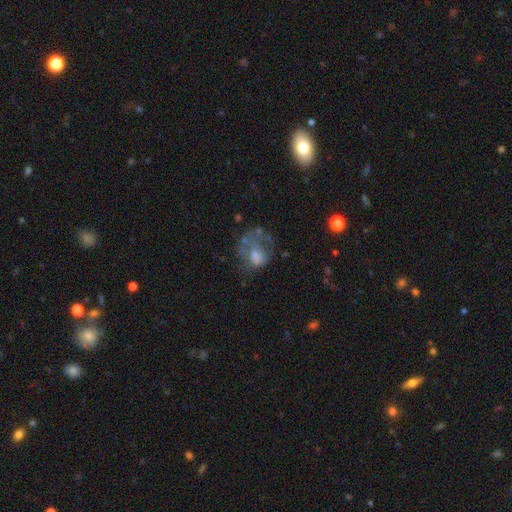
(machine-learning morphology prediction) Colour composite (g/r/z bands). It shows a smooth galaxy with no disk features (43%). Merging: major disturbance (41%).